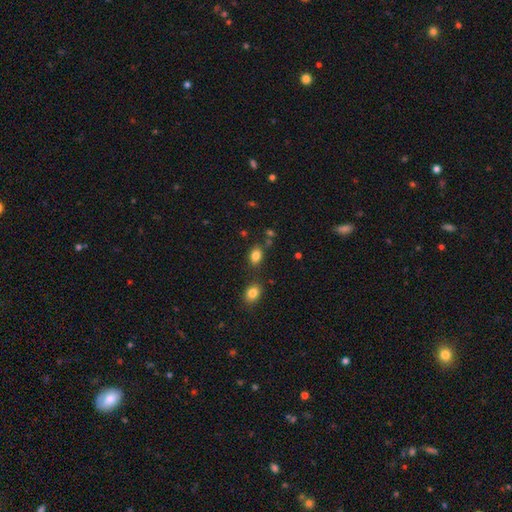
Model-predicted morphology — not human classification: A smooth galaxy with no disk features (83%) that is in between round and cigar-shaped (74%). Merging: none (74%).